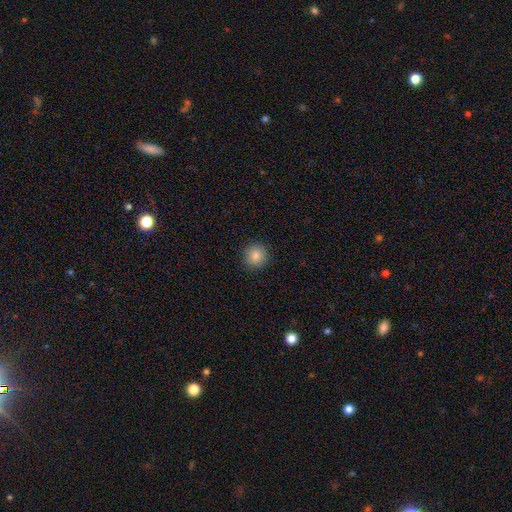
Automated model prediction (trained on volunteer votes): Overall: smooth (84%). How rounded: round (94%). Merging: none (92%).